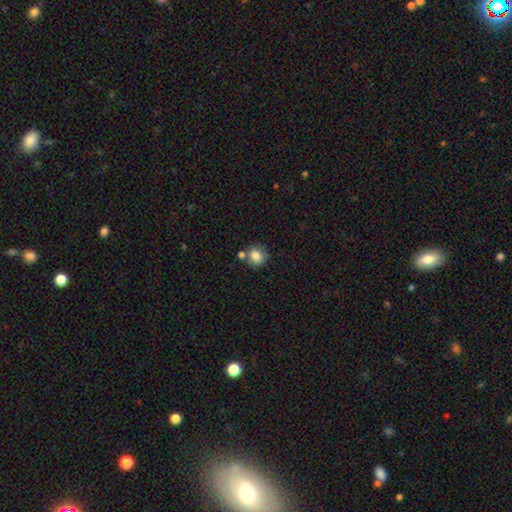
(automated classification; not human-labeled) Smooth or featured? Predicted: smooth (p=0.82). How rounded? Predicted: round (p=0.78). Merging? Predicted: none (p=0.67).